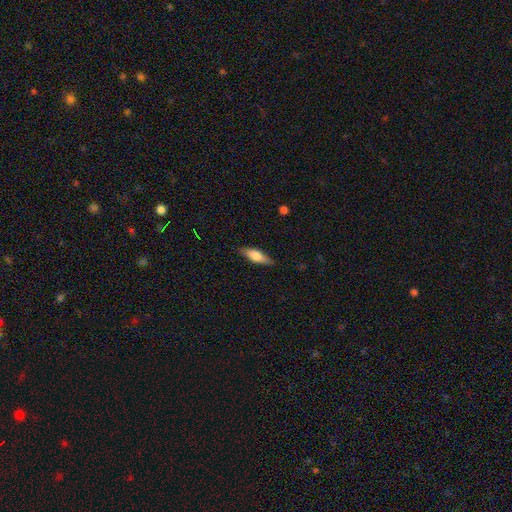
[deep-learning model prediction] smooth_or_featured: smooth (p=0.62) [alt: featured or disk p=0.32]
how_rounded: cigar-shaped (p=0.49) [alt: in between p=0.48]
merging: none (p=0.84) [alt: minor disturbance p=0.12]